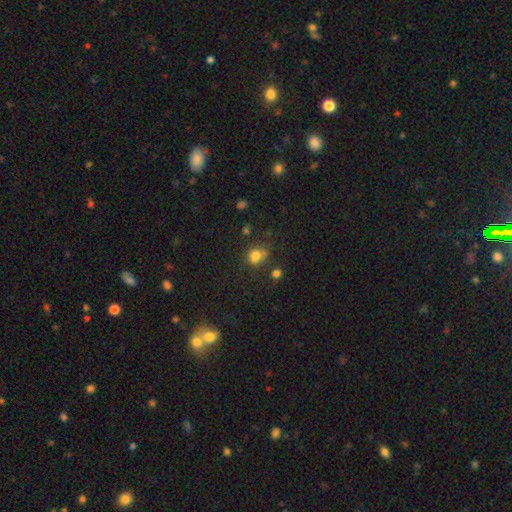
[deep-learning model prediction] Smooth or featured? smooth (76%)
How rounded? round (62%)
Merging? none (52%)